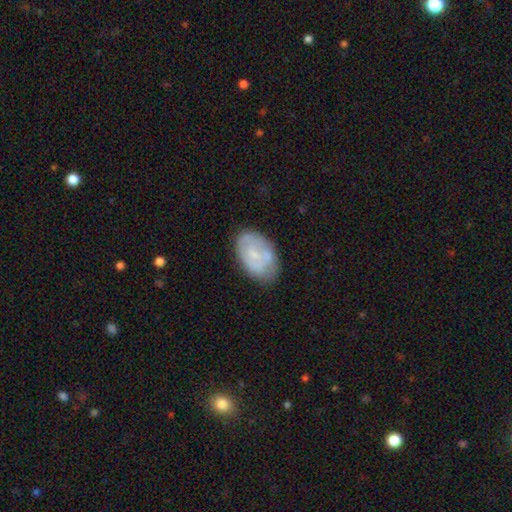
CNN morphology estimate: Overall: smooth (47%; featured or disk 46%). Merging: none (65%).